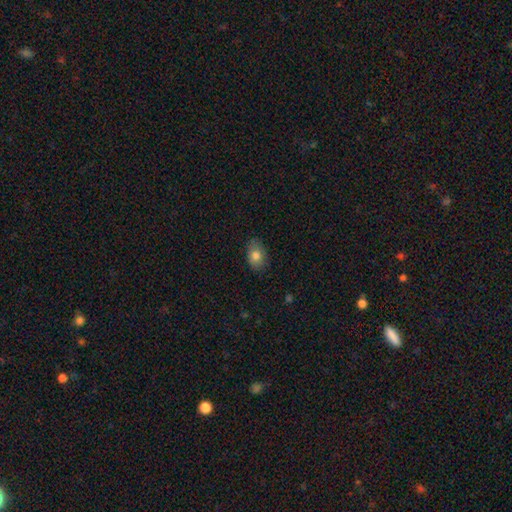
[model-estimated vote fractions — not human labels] smooth 80%, featured or disk 11%, star or artifact 8%. Down the decision tree: how rounded — in between (81%); merging — none (79%).